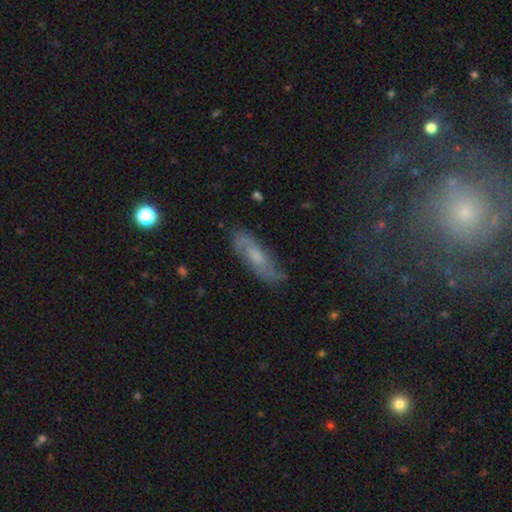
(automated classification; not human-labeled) Smooth or featured? Predicted: featured or disk (p=0.57). Edge-on disk? Predicted: no (p=0.75). Merging? Predicted: none (p=0.77).